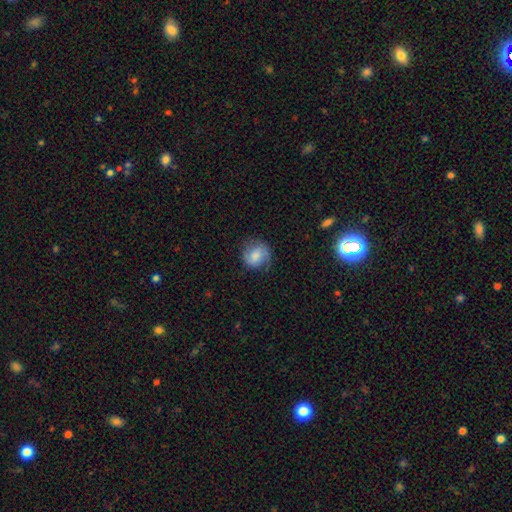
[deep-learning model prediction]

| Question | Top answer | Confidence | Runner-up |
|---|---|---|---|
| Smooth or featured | smooth | 51% | featured or disk (40%) |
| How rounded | round | 77% | in between (22%) |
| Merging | none | 68% | minor disturbance (21%) |